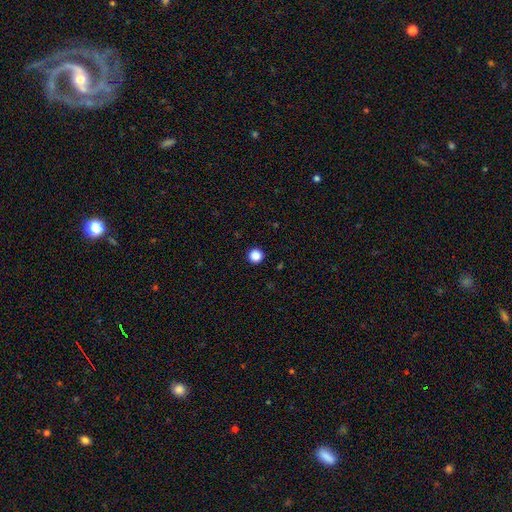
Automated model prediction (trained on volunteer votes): Q: Smooth or featured?
A: smooth (87%); runner-up: star or artifact (10%)
Q: How rounded?
A: round (96%); runner-up: in between (3%)
Q: Merging?
A: none (94%); runner-up: minor disturbance (4%)